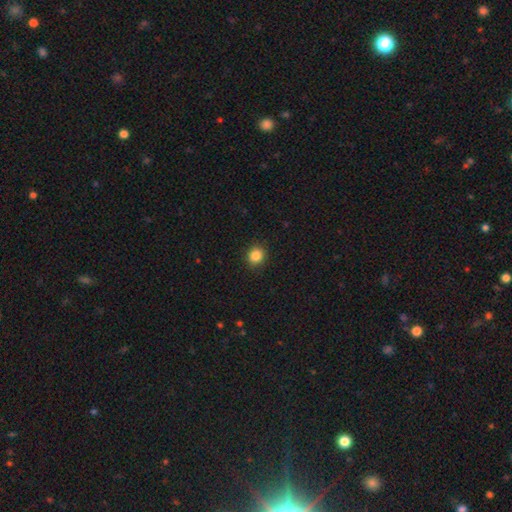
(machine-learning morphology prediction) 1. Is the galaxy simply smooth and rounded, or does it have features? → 86% smooth, 11% star or artifact, 4% featured or disk.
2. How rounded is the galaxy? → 85% round, 14% in between, 1% cigar-shaped.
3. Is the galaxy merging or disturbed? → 91% none, 6% minor disturbance, 2% major disturbance, 1% merger.